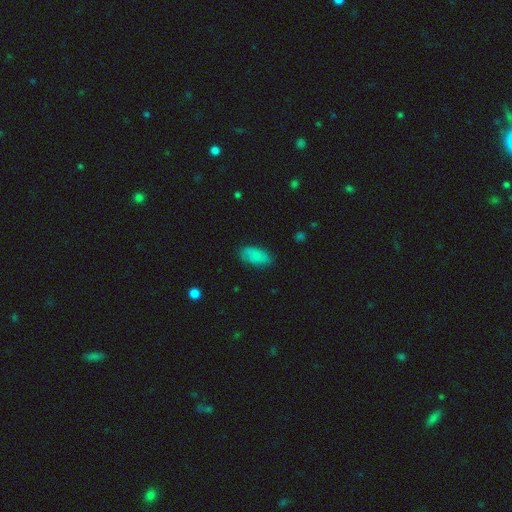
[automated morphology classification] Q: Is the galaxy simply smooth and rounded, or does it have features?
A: smooth — 80%.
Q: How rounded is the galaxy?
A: in between — 92%.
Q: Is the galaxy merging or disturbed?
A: none — 80%.